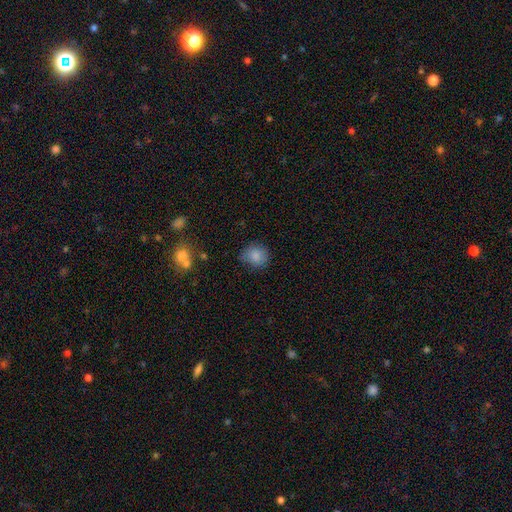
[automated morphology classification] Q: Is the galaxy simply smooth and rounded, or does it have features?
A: smooth — 85%.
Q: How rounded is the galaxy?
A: round — 76%.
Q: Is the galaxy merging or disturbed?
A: none — 72%.